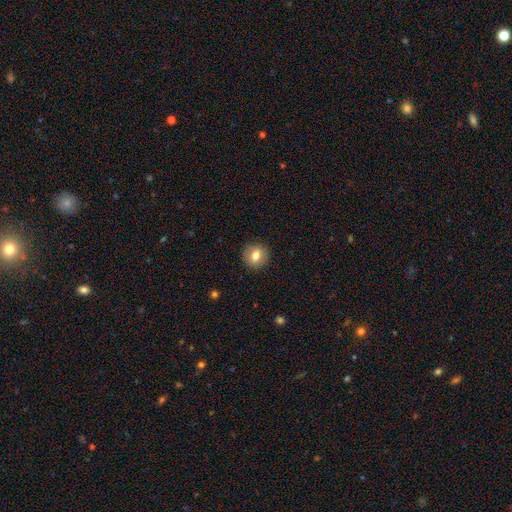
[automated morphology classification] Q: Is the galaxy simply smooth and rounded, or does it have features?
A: smooth — 75%.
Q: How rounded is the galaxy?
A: round — 82%.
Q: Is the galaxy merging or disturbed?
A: none — 90%.